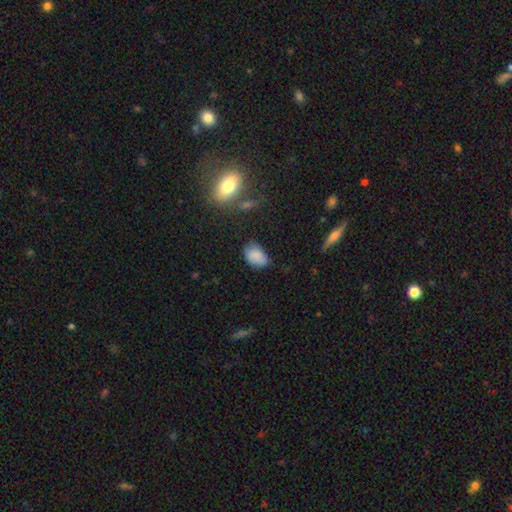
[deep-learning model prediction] smooth 84%, star or artifact 9%, featured or disk 7%. Down the decision tree: how rounded — in between (84%); merging — none (61%).